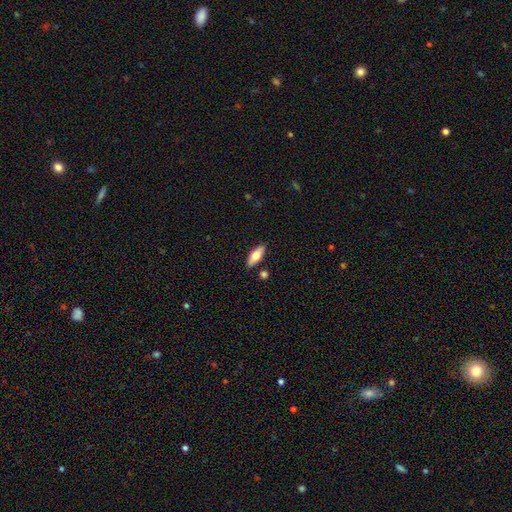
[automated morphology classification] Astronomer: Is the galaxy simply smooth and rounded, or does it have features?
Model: smooth — 64%.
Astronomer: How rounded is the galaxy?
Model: in between — 73%.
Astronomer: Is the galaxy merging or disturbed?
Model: none — 86%.